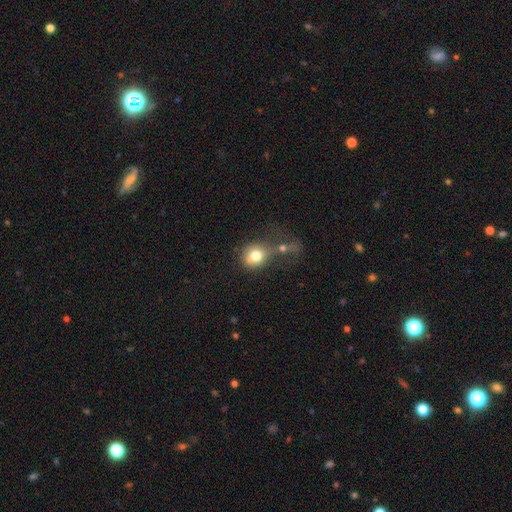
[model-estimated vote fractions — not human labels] Overall: smooth (75%). How rounded: round (72%). Merging: merger (40%; none 29%).